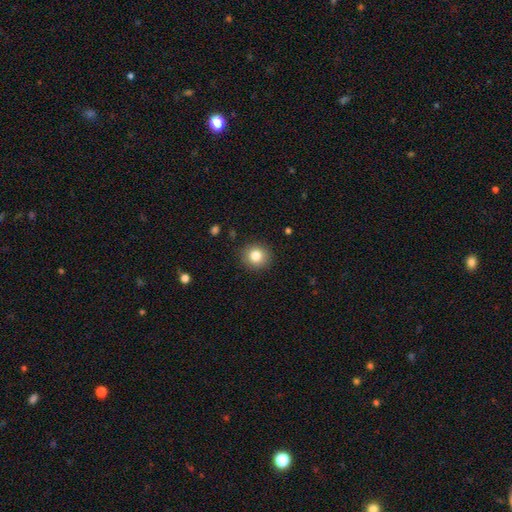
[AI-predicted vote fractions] Smooth or featured: smooth — 82% (star or artifact — 10%)
How rounded: round — 89% (in between — 10%)
Merging: none — 90% (minor disturbance — 6%)